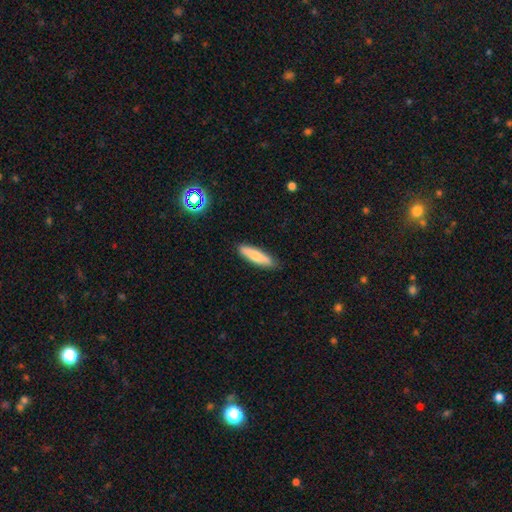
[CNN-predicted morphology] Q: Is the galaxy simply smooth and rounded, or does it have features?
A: smooth — 75%.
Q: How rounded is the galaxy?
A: cigar-shaped — 76%.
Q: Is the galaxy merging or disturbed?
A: none — 87%.